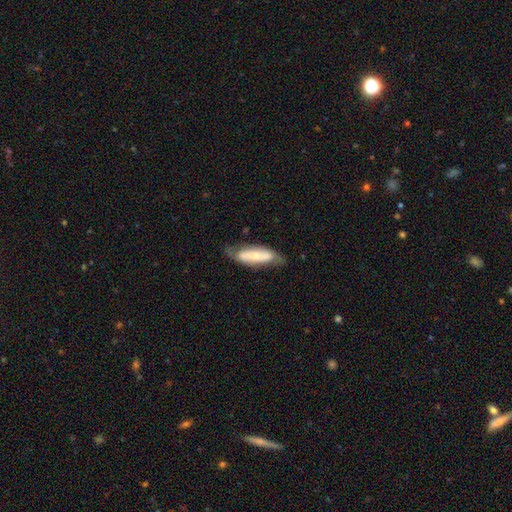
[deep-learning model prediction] Smooth or featured: featured or disk — 49% (smooth — 45%)
Merging: none — 63% (minor disturbance — 24%)